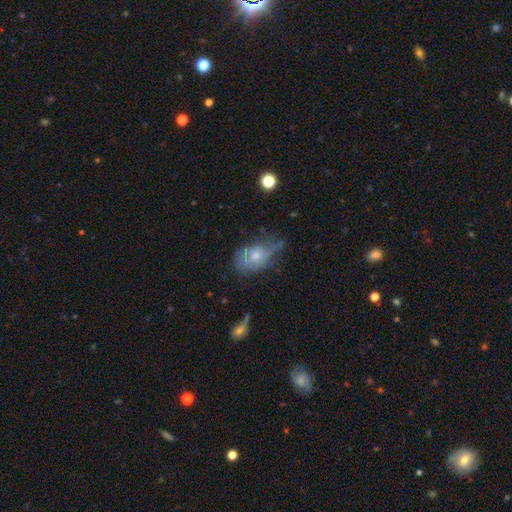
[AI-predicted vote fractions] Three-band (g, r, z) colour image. It shows a smooth galaxy with no disk features (54%) that is in between round and cigar-shaped (84%). Merging: none (38%).